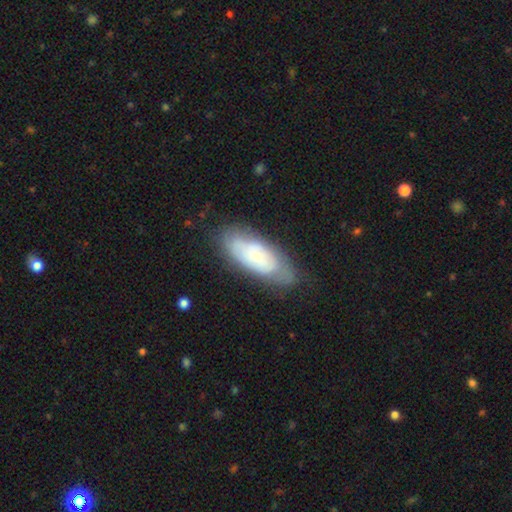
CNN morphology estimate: Smooth or featured?
  - featured or disk: 51% *
  - smooth: 42%
  - star or artifact: 7%
Edge-on disk?
  - no: 86% *
  - yes: 14%
Merging?
  - none: 68% *
  - minor disturbance: 23%
  - major disturbance: 7%
  - merger: 2%